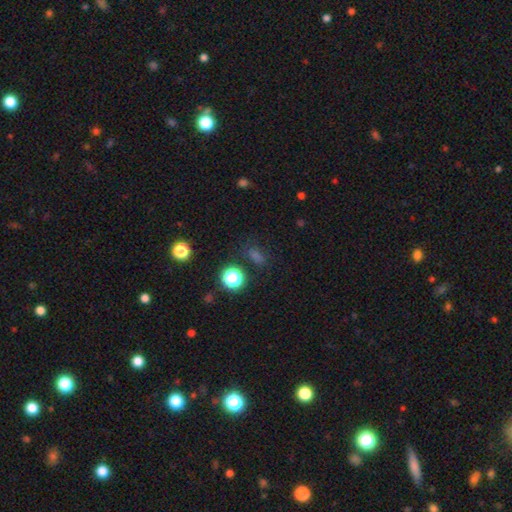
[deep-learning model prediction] Smooth or featured? Predicted: smooth (p=0.55). How rounded? Predicted: in between (p=0.53). Merging? Predicted: none (p=0.77).